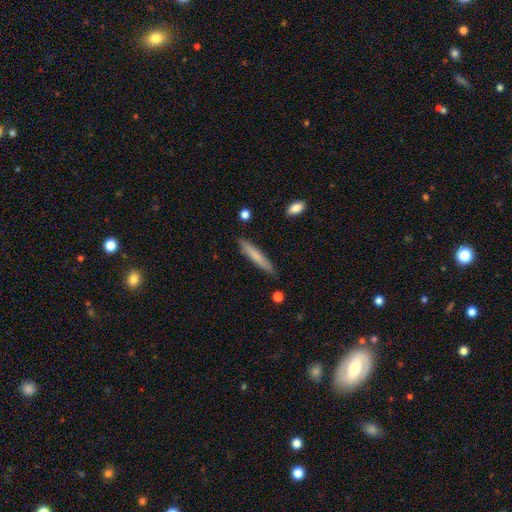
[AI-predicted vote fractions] Smooth or featured?
  - smooth: 71% *
  - featured or disk: 23%
  - star or artifact: 6%
How rounded?
  - cigar-shaped: 93% *
  - in between: 6%
  - round: 1%
Merging?
  - none: 88% *
  - minor disturbance: 9%
  - merger: 2%
  - major disturbance: 2%